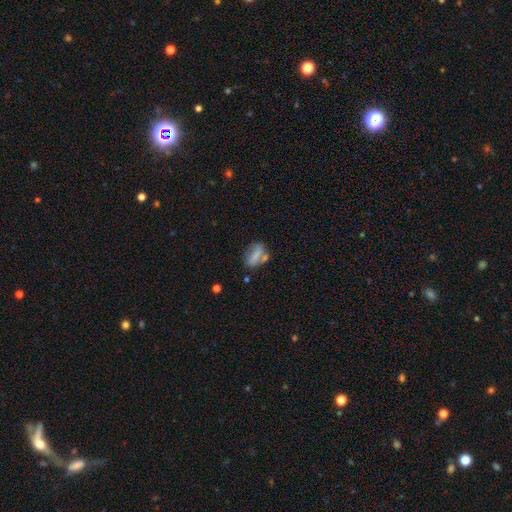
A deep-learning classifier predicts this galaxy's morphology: Smooth or featured? Predicted: smooth (p=0.67). How rounded? Predicted: in between (p=0.76). Merging? Predicted: none (p=0.49).